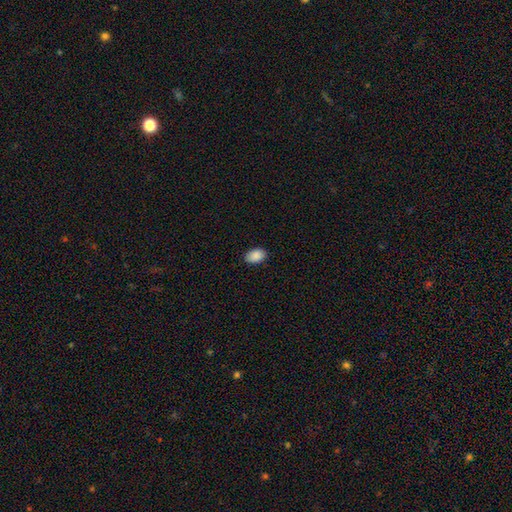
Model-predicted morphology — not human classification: smooth 90%, star or artifact 7%, featured or disk 3%. Down the decision tree: how rounded — in between (89%); merging — none (88%).